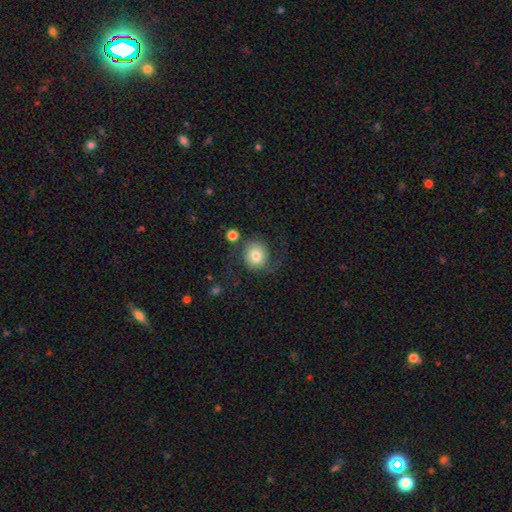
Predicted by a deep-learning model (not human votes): smooth 68%, featured or disk 24%, star or artifact 8%. Down the decision tree: how rounded — round (82%); merging — none (63%).